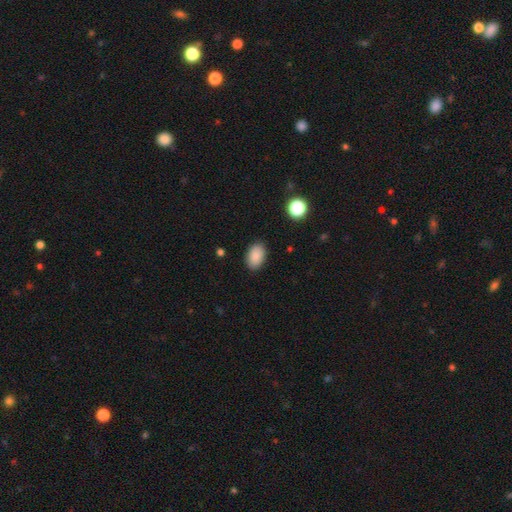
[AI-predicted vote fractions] This is clearly a smooth galaxy (88%). How rounded: clearly in between (90%). Merging: clearly none (88%).